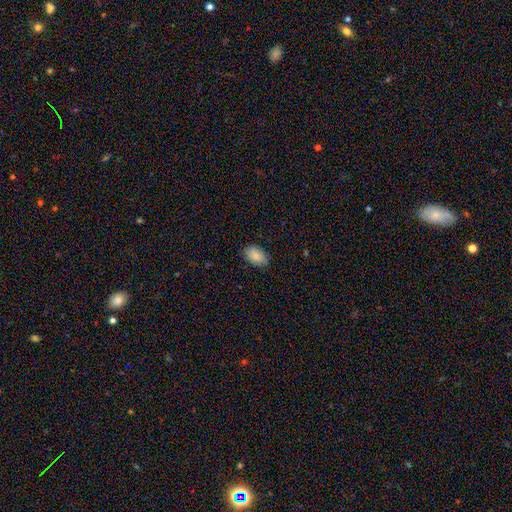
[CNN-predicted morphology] The model was most divided on "merging": none: 82%, minor disturbance: 14%, major disturbance: 3%, merger: 1%. More confident: how rounded — in between (91%); smooth or featured — smooth (87%).